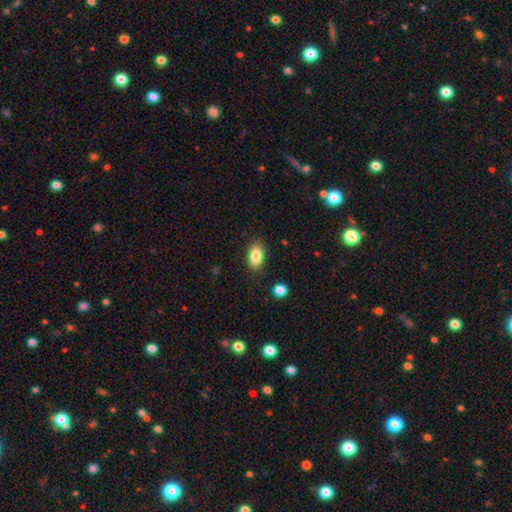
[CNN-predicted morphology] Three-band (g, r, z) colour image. It shows a smooth galaxy with no disk features (85%) that is in between round and cigar-shaped (90%). Merging: none (83%).